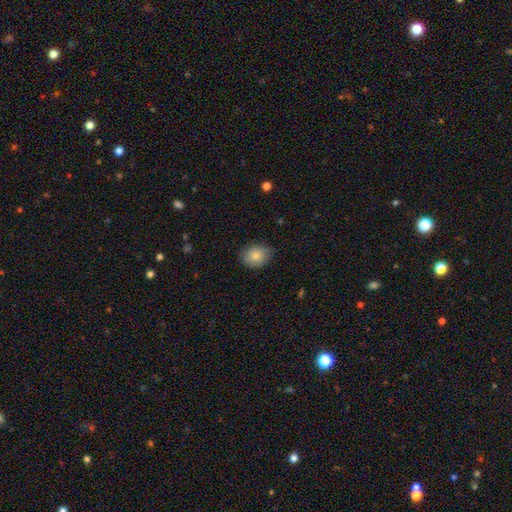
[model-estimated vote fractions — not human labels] Smooth or featured?
  - smooth: 83% *
  - featured or disk: 10%
  - star or artifact: 7%
How rounded?
  - in between: 54% *
  - round: 45%
  - cigar-shaped: 1%
Merging?
  - none: 75% *
  - minor disturbance: 21%
  - major disturbance: 4%
  - merger: 1%